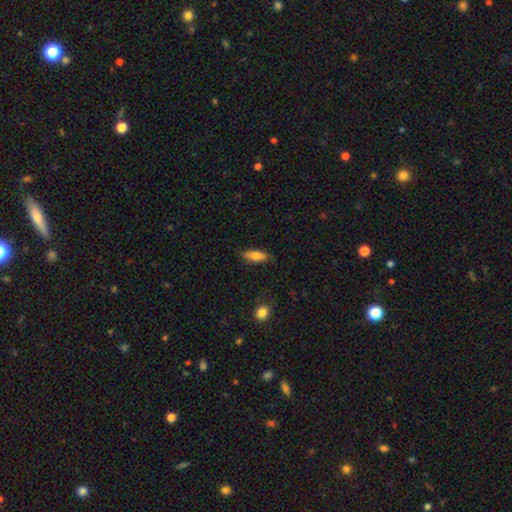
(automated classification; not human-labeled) Smooth or featured? smooth (72%)
How rounded? in between (55%)
Merging? none (85%)